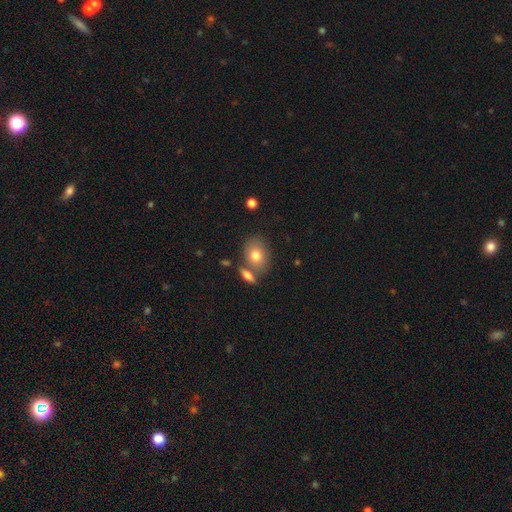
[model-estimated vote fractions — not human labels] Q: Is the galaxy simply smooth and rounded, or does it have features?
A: smooth — 76%.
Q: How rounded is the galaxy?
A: in between — 65%.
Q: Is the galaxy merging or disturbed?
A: none — 63%.